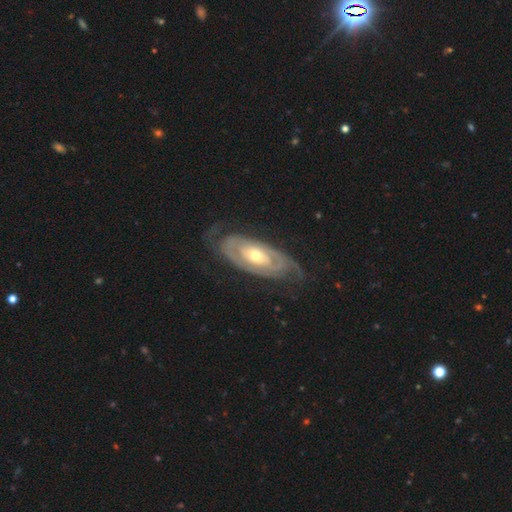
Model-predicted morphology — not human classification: Overall: featured or disk (84%). Edge-on disk: no (92%). Bar: no (68%). Spiral arms: yes (84%). Spiral arm count: 2 (51%; can't tell 31%). Spiral winding: tight (71%). Bulge size: moderate (62%; small 32%). Merging: none (72%).